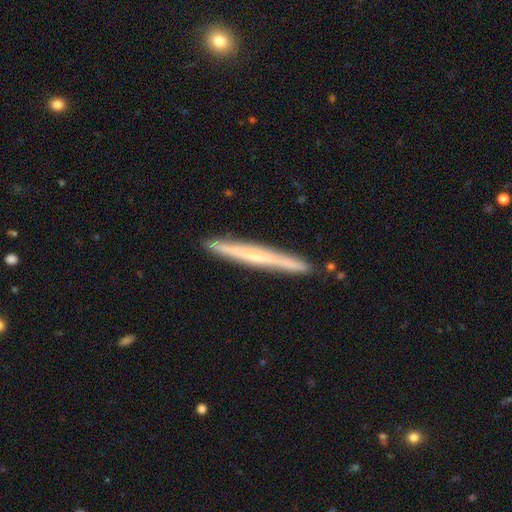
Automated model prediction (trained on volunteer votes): Smooth or featured?
  - featured or disk: 57% *
  - smooth: 36%
  - star or artifact: 6%
Edge-on disk?
  - yes: 96% *
  - no: 4%
Edge-on bulge?
  - none: 67% *
  - rounded: 27%
  - boxy: 6%
Merging?
  - none: 90% *
  - minor disturbance: 7%
  - merger: 1%
  - major disturbance: 1%